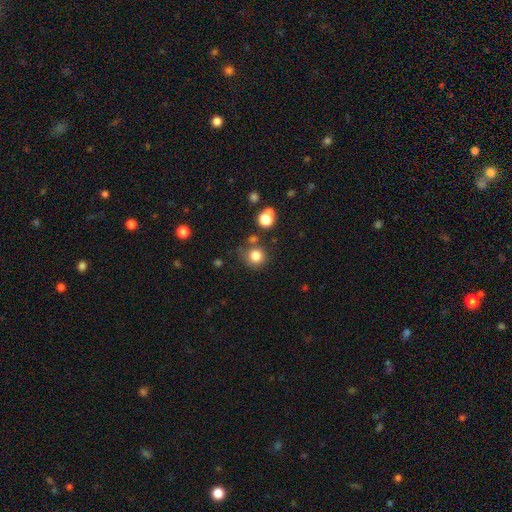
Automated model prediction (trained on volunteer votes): Smooth or featured? smooth (81%)
How rounded? round (92%)
Merging? none (75%)